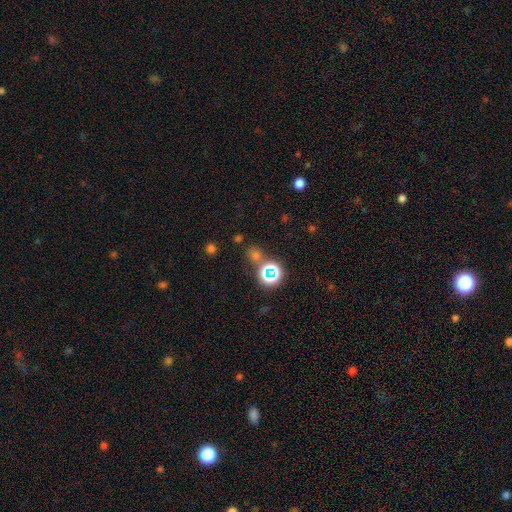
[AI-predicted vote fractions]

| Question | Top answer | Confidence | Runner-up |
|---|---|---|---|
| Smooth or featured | smooth | 47% | tied: star or artifact (47%) |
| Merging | none | 74% | merger (13%) |